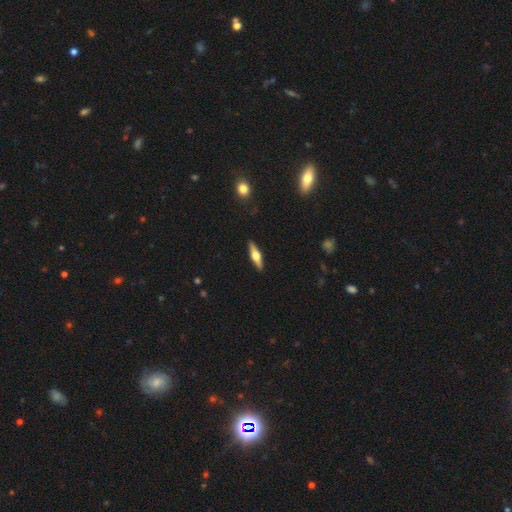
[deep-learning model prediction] A featured or disk galaxy (60%) viewed edge-on (96%) with a rounded central bulge (93%). Merging: none (90%).